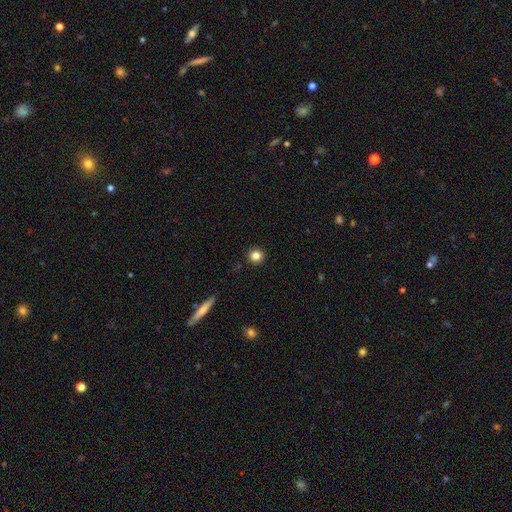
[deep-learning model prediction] Smooth or featured: smooth — 83% (star or artifact — 12%)
How rounded: round — 94% (in between — 5%)
Merging: none — 92% (minor disturbance — 5%)